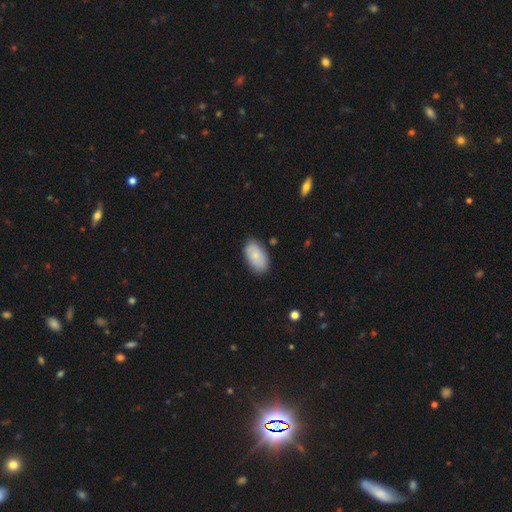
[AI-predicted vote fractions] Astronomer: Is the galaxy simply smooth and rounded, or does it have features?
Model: smooth — 77%.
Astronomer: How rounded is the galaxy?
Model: in between — 94%.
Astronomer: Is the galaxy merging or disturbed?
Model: none — 81%.